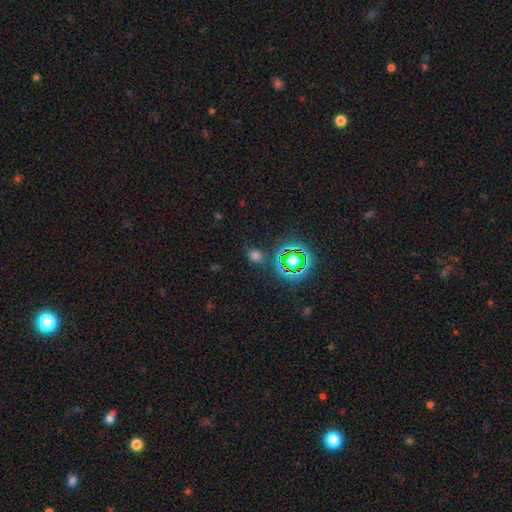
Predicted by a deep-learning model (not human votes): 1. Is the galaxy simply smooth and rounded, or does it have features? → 57% smooth, 37% star or artifact, 6% featured or disk.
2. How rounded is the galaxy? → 70% round, 28% in between, 2% cigar-shaped.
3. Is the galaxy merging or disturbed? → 78% none, 12% minor disturbance, 5% major disturbance, 4% merger.